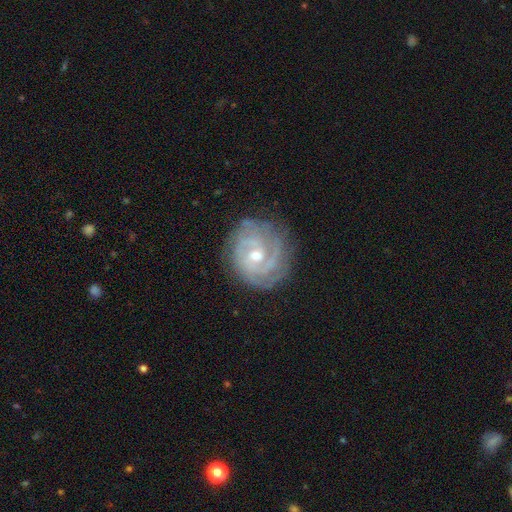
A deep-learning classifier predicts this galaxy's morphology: Smooth or featured: featured or disk — 87% (smooth — 7%)
Edge-on disk: no — 97% (yes — 3%)
Bar: no — 55% (weak — 37%)
Spiral arms: yes — 96% (no — 4%)
Spiral winding: tight — 71% (medium — 24%)
Spiral arm count: 2 — 28% (3 — 27%)
Bulge size: moderate — 57% (small — 40%)
Merging: none — 77% (minor disturbance — 16%)